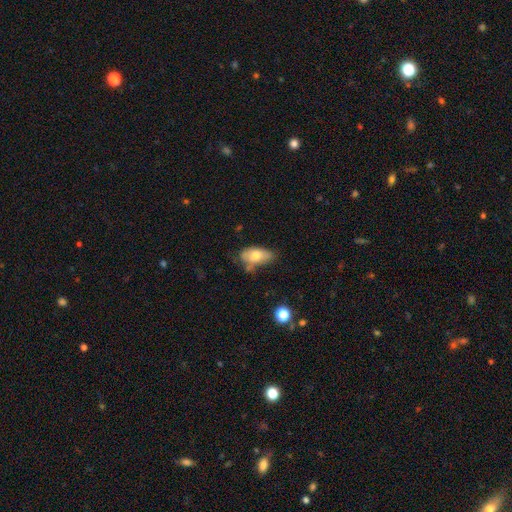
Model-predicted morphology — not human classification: Smooth or featured? Predicted: smooth (p=0.72). How rounded? Predicted: in between (p=0.90). Merging? Predicted: none (p=0.44).